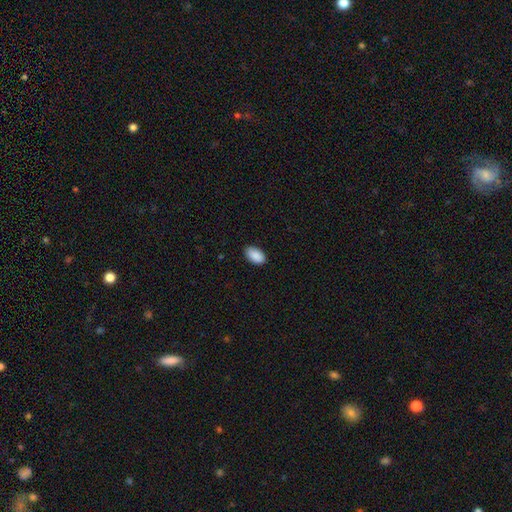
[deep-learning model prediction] Smooth or featured? smooth (90%)
How rounded? in between (94%)
Merging? none (87%)